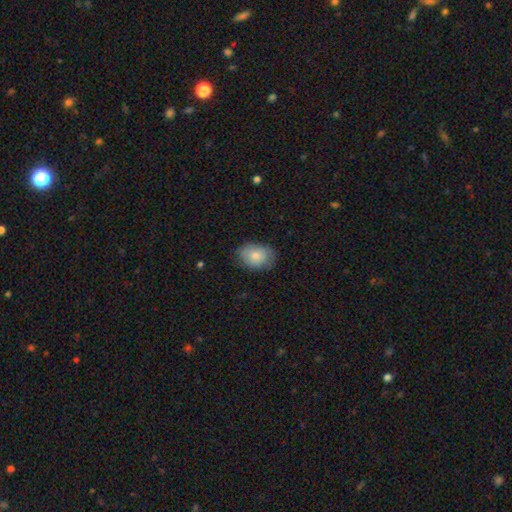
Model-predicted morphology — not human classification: A smooth galaxy with no disk features (77%) that is in between round and cigar-shaped (73%). Merging: none (73%).